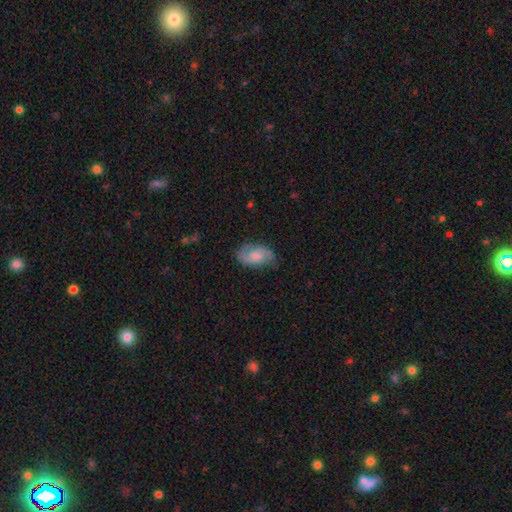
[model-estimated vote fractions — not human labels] A featured or disk galaxy (58%) with no bar (52%), 2 (82%) medium (46%) spiral arms (91%) and a small central bulge (38%). Merging: none (69%).